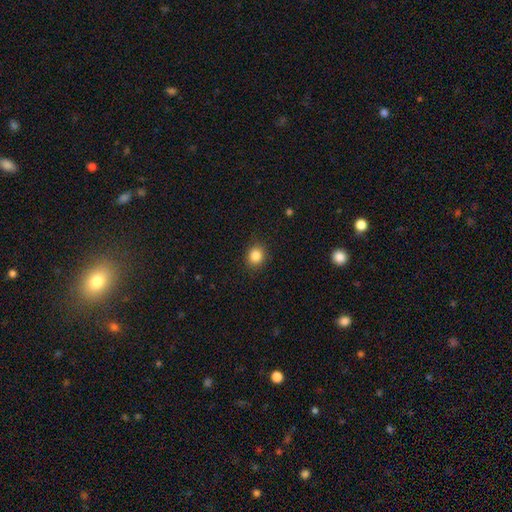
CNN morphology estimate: smooth_or_featured: smooth (p=0.85) [alt: star or artifact p=0.11]
how_rounded: round (p=0.79) [alt: in between p=0.20]
merging: none (p=0.88) [alt: minor disturbance p=0.08]